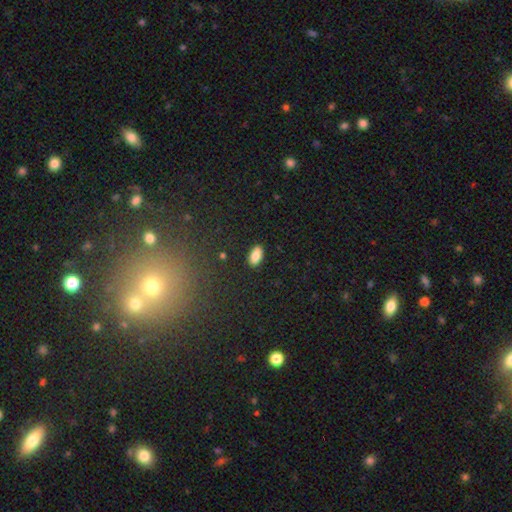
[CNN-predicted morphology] smooth-or-featured: smooth: 85% | star or artifact: 8% | featured or disk: 7%
  how-rounded: in between: 94% | round: 3% | cigar-shaped: 3%
  merging: none: 88% | minor disturbance: 9% | major disturbance: 2% | merger: 1%